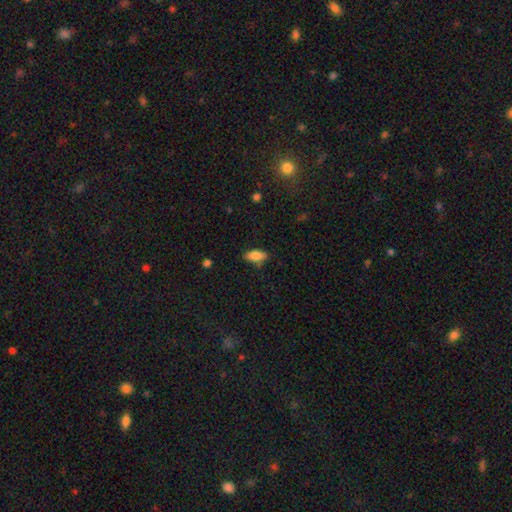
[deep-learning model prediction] This appears to be a smooth galaxy with no disk features (82%) that is in between round and cigar-shaped (86%). Merging: none (78%).